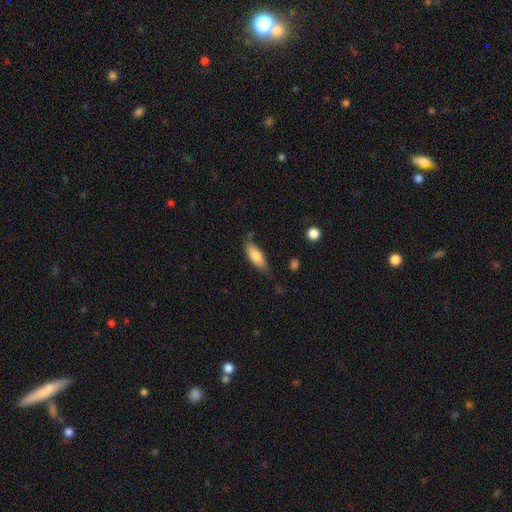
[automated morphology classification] The model was most divided on "merging": none: 65%, minor disturbance: 26%, major disturbance: 6%, merger: 3%. More confident: smooth or featured — smooth (77%); how rounded — in between (69%).